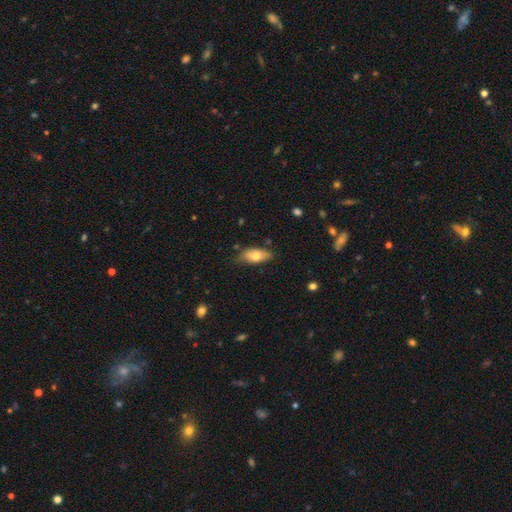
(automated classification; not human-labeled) Overall: smooth (71%). How rounded: in between (85%). Merging: none (66%; minor disturbance 27%).